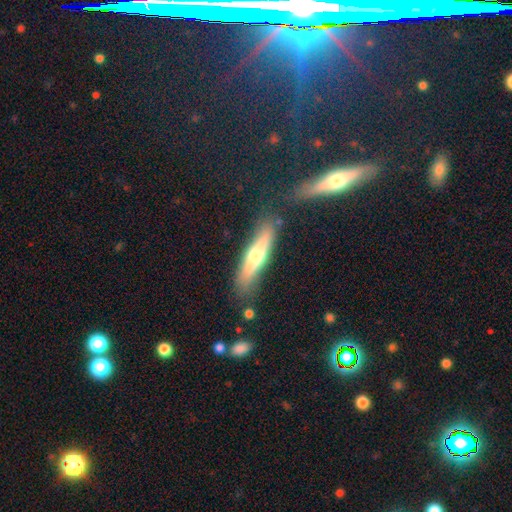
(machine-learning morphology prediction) Smooth or featured?
  - smooth: 48% *
  - featured or disk: 46%
  - star or artifact: 6%
Merging?
  - none: 78% *
  - minor disturbance: 13%
  - merger: 5%
  - major disturbance: 4%